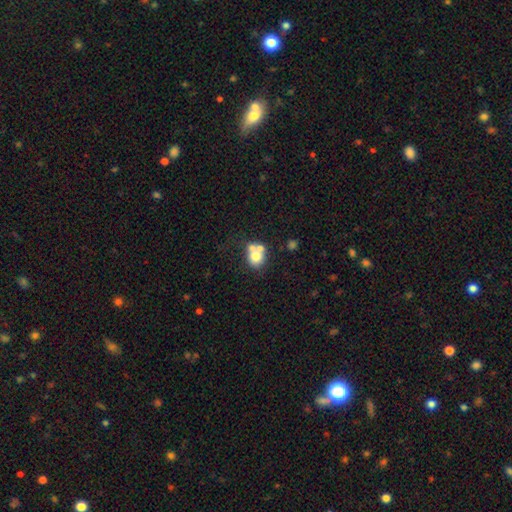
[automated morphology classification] Overall: smooth (68%). How rounded: round (70%). Merging: merger (47%; none 37%).